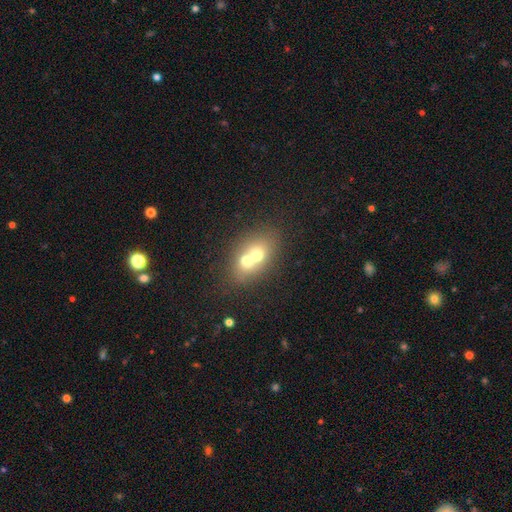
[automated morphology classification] Q: Smooth or featured?
A: smooth (60%); runner-up: featured or disk (28%)
Q: How rounded?
A: in between (56%); runner-up: round (43%)
Q: Merging?
A: merger (65%); runner-up: none (26%)